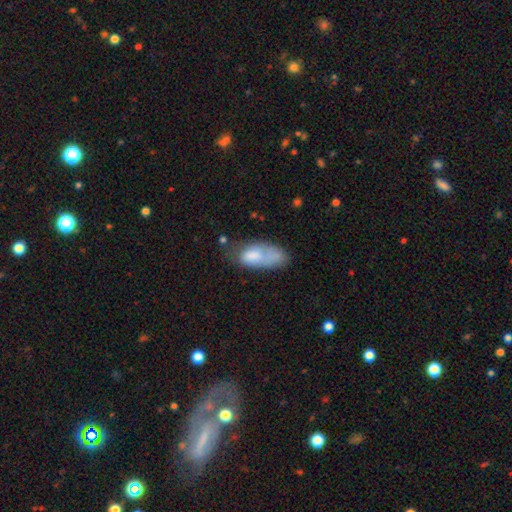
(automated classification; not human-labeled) smooth-or-featured: smooth: 70% | featured or disk: 22% | star or artifact: 8%
  how-rounded: in between: 89% | cigar-shaped: 7% | round: 4%
  merging: none: 31% | minor disturbance: 27% | major disturbance: 22% | merger: 20%